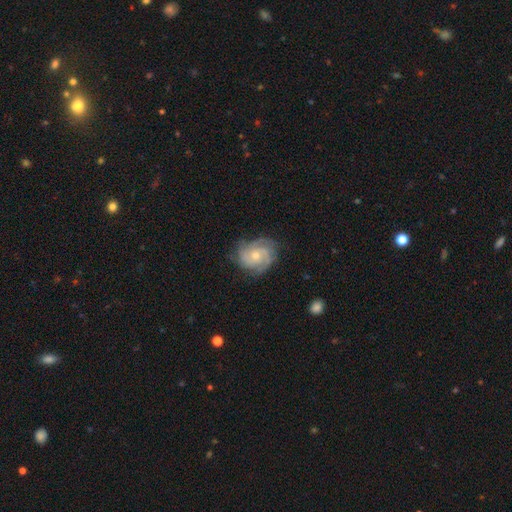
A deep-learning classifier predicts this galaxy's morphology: This appears to be a featured or disk galaxy (79%) with no bar (75%), 3 (36%) tight (57%) spiral arms (95%) and a moderate central bulge (48%, tied with small). Merging: none (71%).